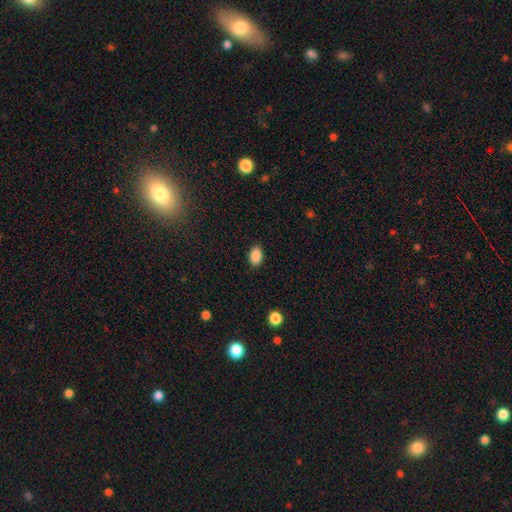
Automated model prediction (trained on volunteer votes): smooth 89%, star or artifact 8%, featured or disk 3%. Down the decision tree: how rounded — in between (88%); merging — none (88%).